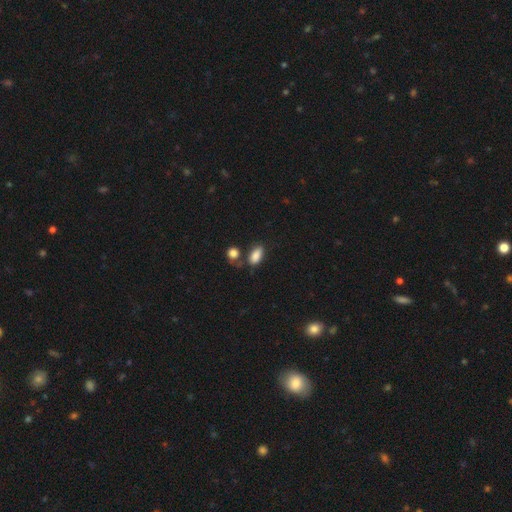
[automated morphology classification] smooth_or_featured: smooth (p=0.86) [alt: star or artifact p=0.08]
how_rounded: in between (p=0.89) [alt: round p=0.07]
merging: none (p=0.57) [alt: minor disturbance p=0.18]